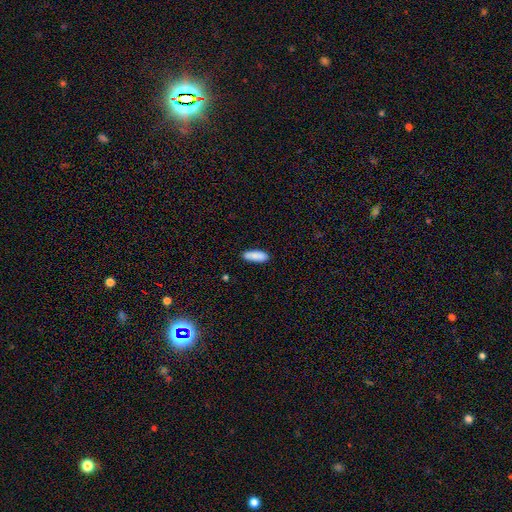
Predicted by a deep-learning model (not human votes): A smooth galaxy with no disk features (86%) that is in between round and cigar-shaped (65%).

Vote fractions:
- Smooth or featured? smooth: 86% / featured or disk: 8% / star or artifact: 6%
- How rounded? in between: 65% / cigar-shaped: 33% / round: 2%
- Merging? none: 81% / minor disturbance: 13% / merger: 3% / major disturbance: 2%